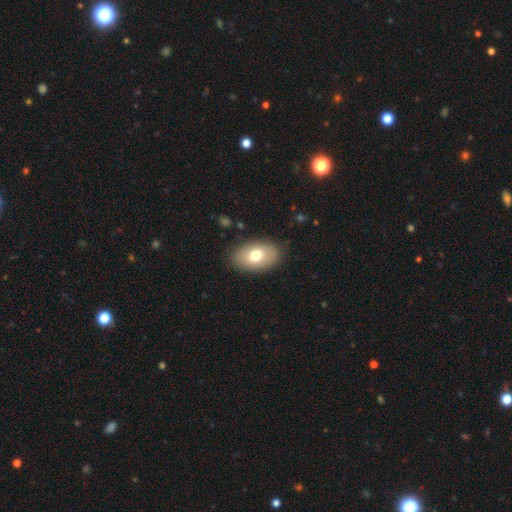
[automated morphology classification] Smooth or featured: smooth — 73% (featured or disk — 20%)
How rounded: in between — 90% (round — 9%)
Merging: none — 86% (minor disturbance — 10%)